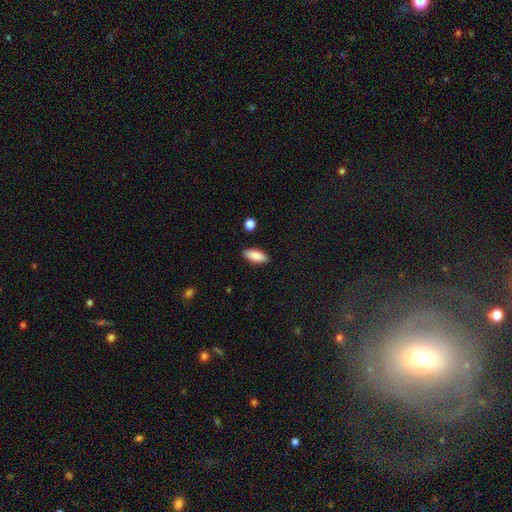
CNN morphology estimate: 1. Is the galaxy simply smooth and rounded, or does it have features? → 87% smooth, 6% star or artifact, 6% featured or disk.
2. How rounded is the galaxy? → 81% in between, 17% cigar-shaped, 2% round.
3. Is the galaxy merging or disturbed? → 87% none, 9% minor disturbance, 2% major disturbance, 2% merger.